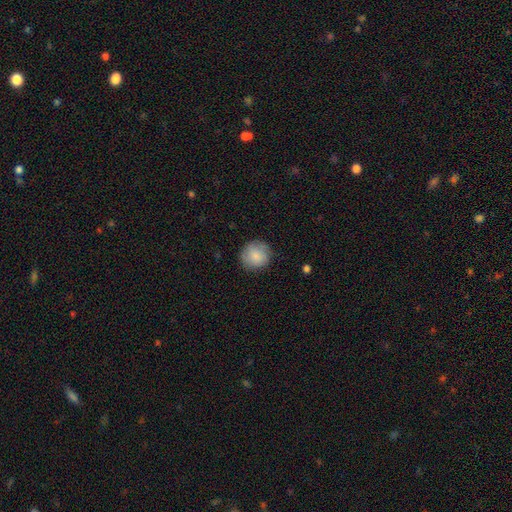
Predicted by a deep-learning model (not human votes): Smooth or featured? smooth (84%)
How rounded? round (92%)
Merging? none (83%)